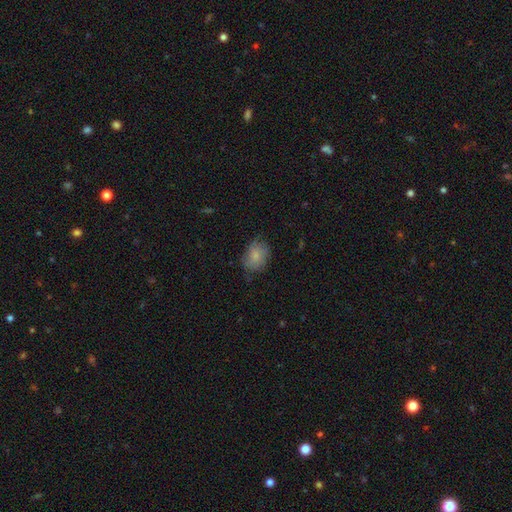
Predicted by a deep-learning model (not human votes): This appears to be a smooth galaxy with no disk features (78%) that is in between round and cigar-shaped (61%). Merging: none (64%).